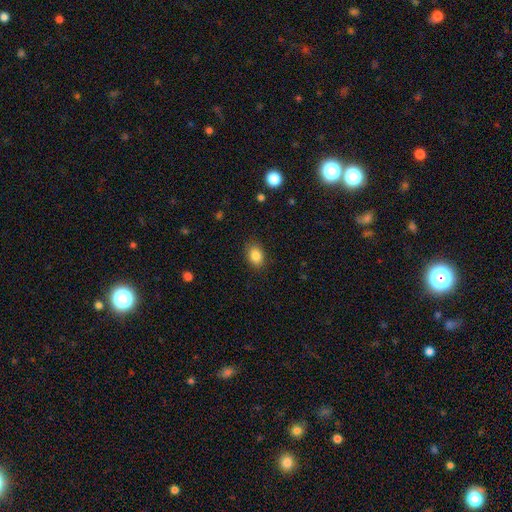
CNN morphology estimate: Q: Smooth or featured?
A: smooth (86%); runner-up: star or artifact (9%)
Q: How rounded?
A: in between (75%); runner-up: round (24%)
Q: Merging?
A: none (85%); runner-up: minor disturbance (11%)